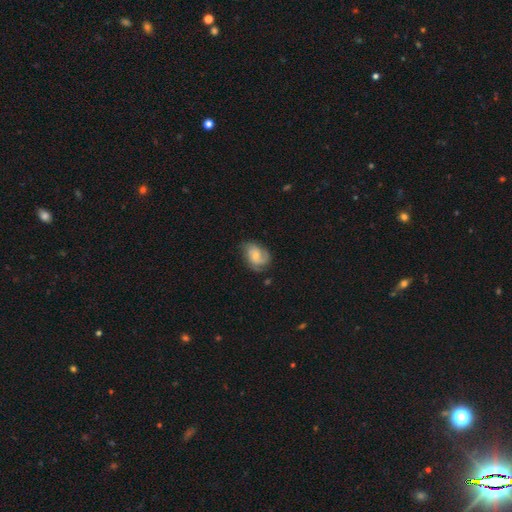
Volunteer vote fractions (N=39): featured or disk 69%, smooth 26%, star or artifact 5%. Down the decision tree: edge-on disk — no (100%); bar — no (81%); spiral arms — yes (96%); spiral arm count — 3 (58%); spiral winding — medium (42%); bulge size — small (59%); merging — none (59%).